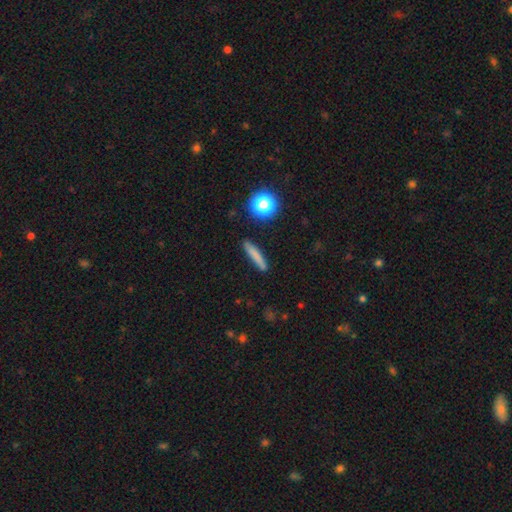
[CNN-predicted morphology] smooth-or-featured: smooth: 76% | featured or disk: 14% | star or artifact: 10%
  how-rounded: cigar-shaped: 91% | in between: 6% | round: 3%
  merging: none: 86% | minor disturbance: 9% | major disturbance: 2% | merger: 2%